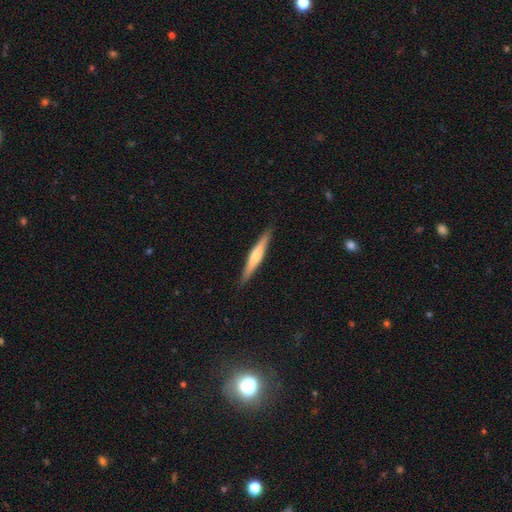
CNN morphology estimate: A featured or disk galaxy (52%) viewed edge-on (97%).

Vote fractions:
- Smooth or featured? featured or disk: 52% / smooth: 43% / star or artifact: 5%
- Edge-on disk? yes: 97% / no: 3%
- Merging? none: 91% / minor disturbance: 7% / major disturbance: 1% / merger: 1%